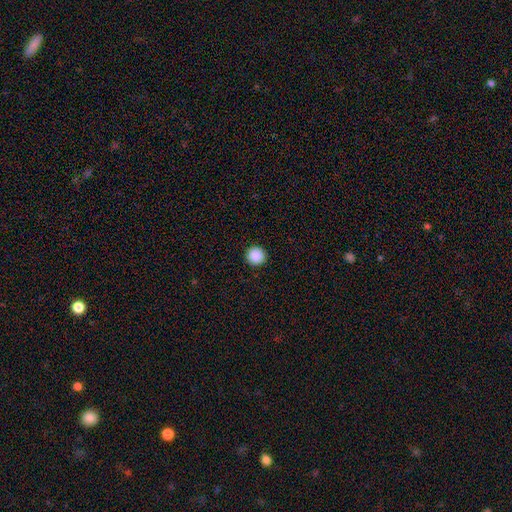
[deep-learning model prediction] smooth 89%, star or artifact 9%, featured or disk 2%. Down the decision tree: how rounded — round (96%); merging — none (93%).